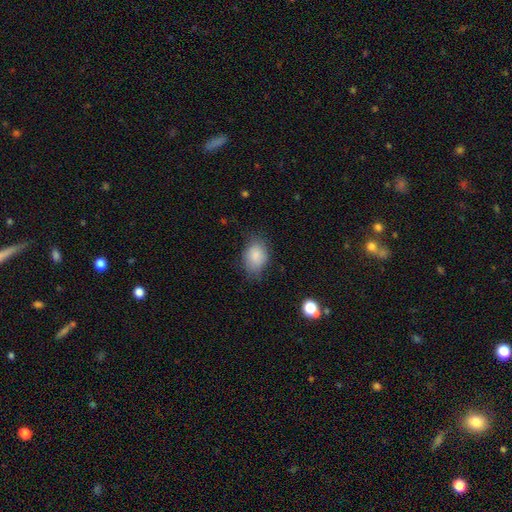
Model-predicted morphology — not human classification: Smooth or featured? smooth (85%)
How rounded? in between (75%)
Merging? none (68%)